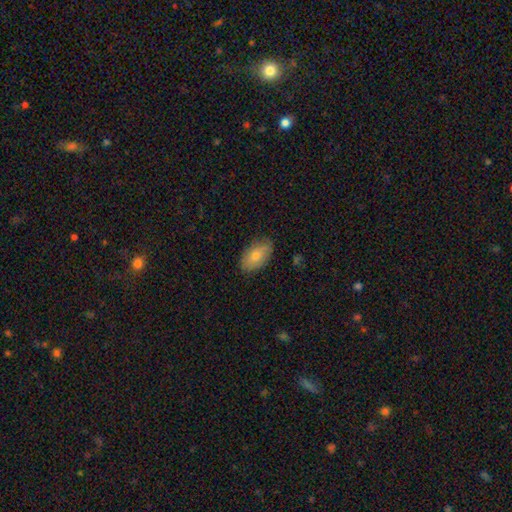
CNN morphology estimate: The model was most divided on "smooth or featured": smooth: 73%, featured or disk: 19%, star or artifact: 7%. More confident: how rounded — in between (92%); merging — none (83%).